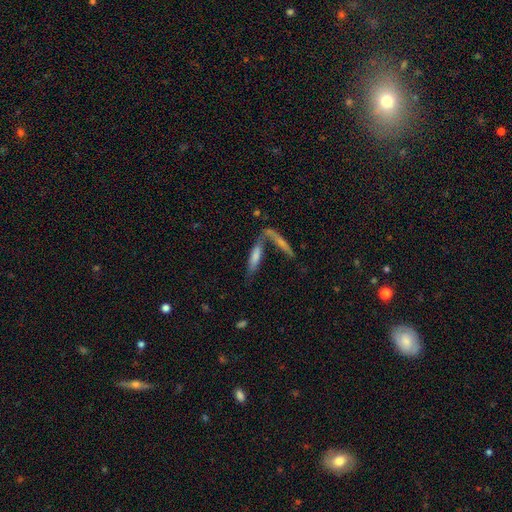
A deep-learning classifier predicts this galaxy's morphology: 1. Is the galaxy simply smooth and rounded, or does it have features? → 66% smooth, 27% featured or disk, 8% star or artifact.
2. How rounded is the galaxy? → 72% cigar-shaped, 26% in between, 2% round.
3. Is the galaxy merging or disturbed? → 44% merger, 38% none, 11% minor disturbance, 7% major disturbance.